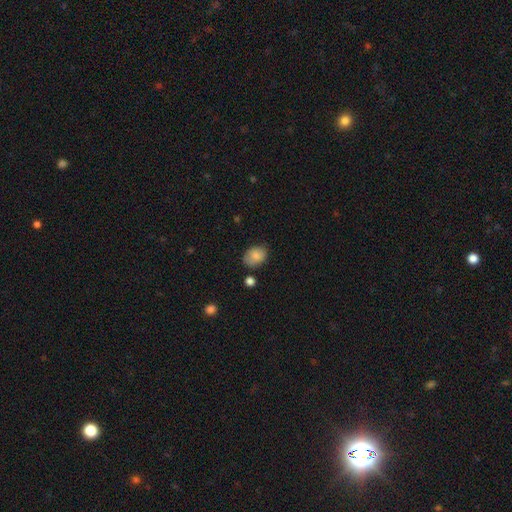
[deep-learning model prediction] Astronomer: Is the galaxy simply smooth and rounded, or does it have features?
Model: smooth — 84%.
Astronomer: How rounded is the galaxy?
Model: in between — 73%.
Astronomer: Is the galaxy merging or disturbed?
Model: none — 73%.